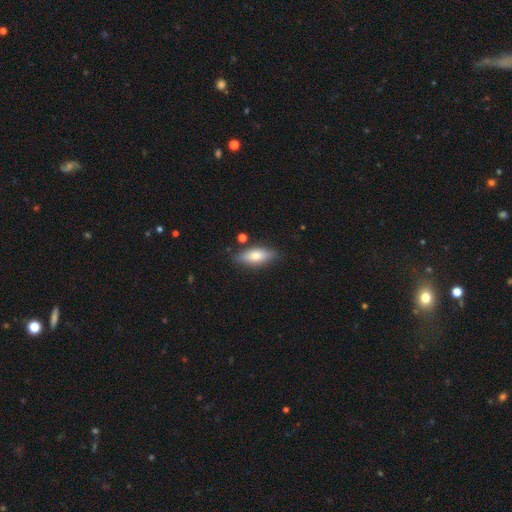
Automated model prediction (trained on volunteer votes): Q: Smooth or featured?
A: smooth (71%); runner-up: featured or disk (23%)
Q: How rounded?
A: in between (71%); runner-up: cigar-shaped (26%)
Q: Merging?
A: none (80%); runner-up: minor disturbance (14%)